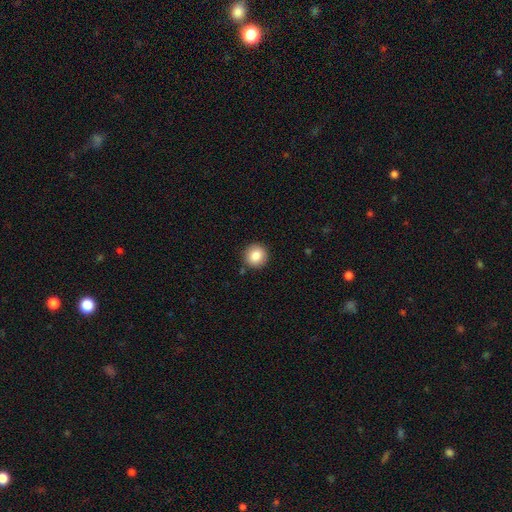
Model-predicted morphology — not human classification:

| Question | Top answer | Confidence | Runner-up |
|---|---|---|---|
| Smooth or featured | smooth | 85% | star or artifact (9%) |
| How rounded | round | 94% | in between (5%) |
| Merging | none | 90% | minor disturbance (7%) |